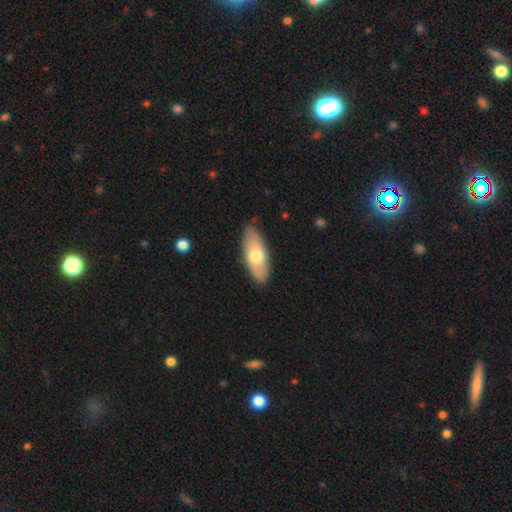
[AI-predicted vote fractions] A smooth galaxy with no disk features (66%) that is in between round and cigar-shaped (77%).

Vote fractions:
- Smooth or featured? smooth: 66% / featured or disk: 29% / star or artifact: 5%
- How rounded? in between: 77% / cigar-shaped: 21% / round: 2%
- Merging? none: 85% / minor disturbance: 11% / major disturbance: 2% / merger: 1%